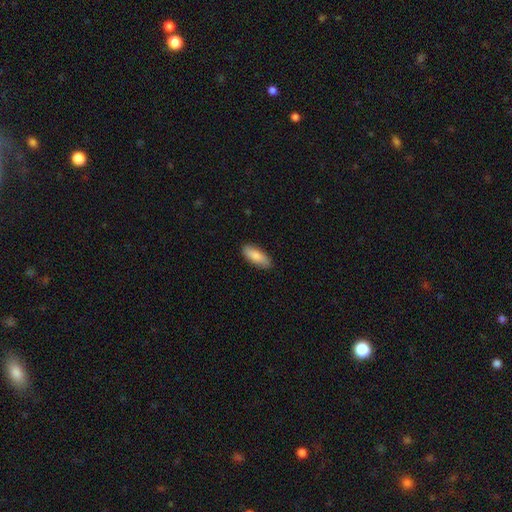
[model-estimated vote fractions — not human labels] This is clearly a smooth galaxy (85%). How rounded: likely in between (72%). Merging: clearly none (88%).